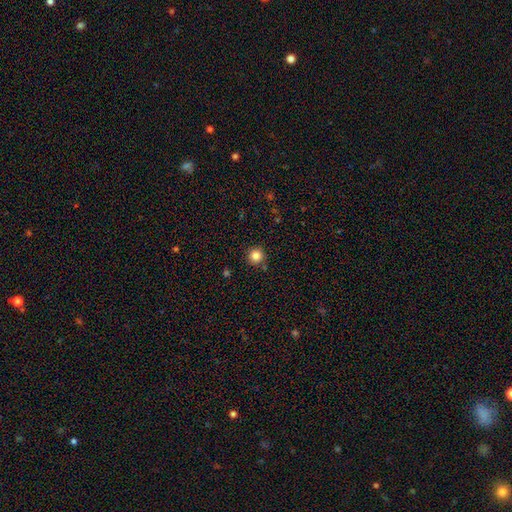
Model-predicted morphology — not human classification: This appears to be a smooth galaxy with no disk features (84%) that is round (96%). Merging: none (90%).